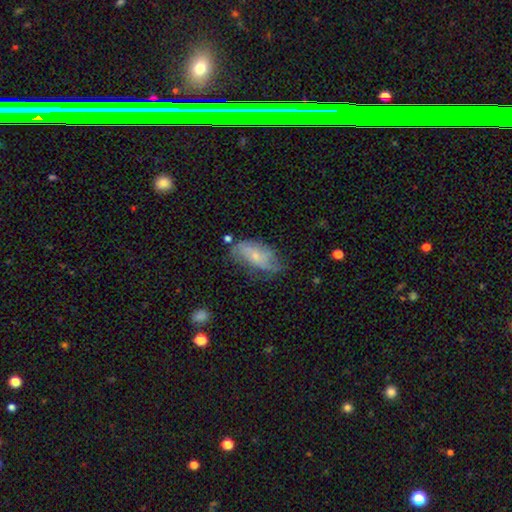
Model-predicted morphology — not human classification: smooth-or-featured: featured or disk: 50% | smooth: 43% | star or artifact: 8%
  merging: none: 49% | minor disturbance: 32% | major disturbance: 16% | merger: 3%